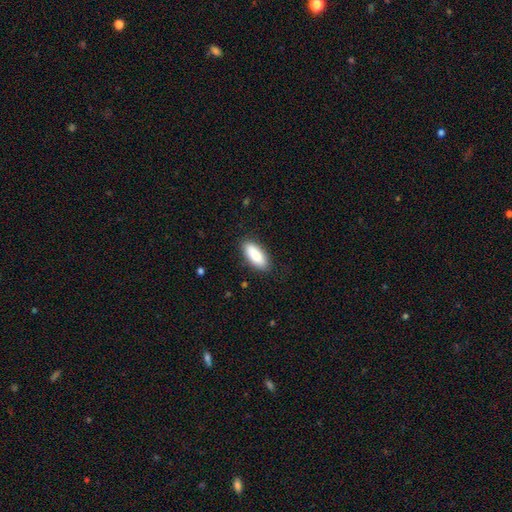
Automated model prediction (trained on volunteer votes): Q: Smooth or featured?
A: smooth (85%); runner-up: featured or disk (9%)
Q: How rounded?
A: in between (83%); runner-up: cigar-shaped (15%)
Q: Merging?
A: none (87%); runner-up: minor disturbance (10%)